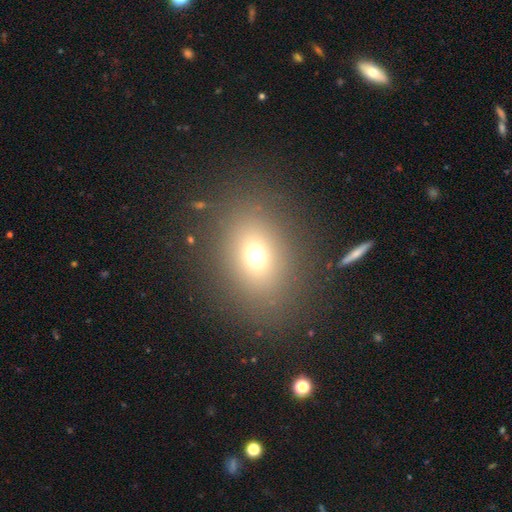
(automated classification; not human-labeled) Smooth or featured? Predicted: smooth (p=0.68). How rounded? Predicted: in between (p=0.57). Merging? Predicted: none (p=0.83).